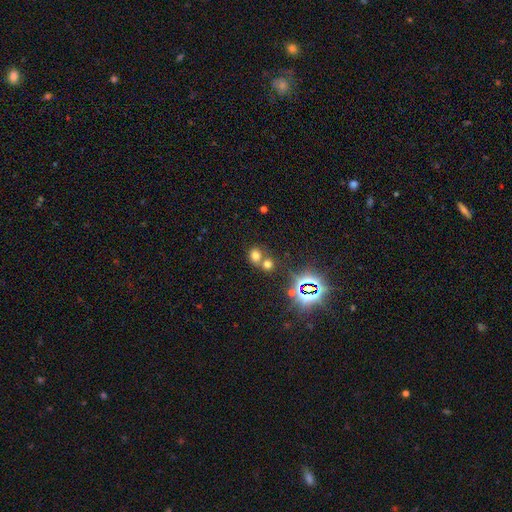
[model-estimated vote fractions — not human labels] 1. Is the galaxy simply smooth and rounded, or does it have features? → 64% smooth, 26% star or artifact, 10% featured or disk.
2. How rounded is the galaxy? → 66% round, 33% in between, 1% cigar-shaped.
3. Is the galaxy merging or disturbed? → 47% merger, 43% none, 7% minor disturbance, 3% major disturbance.